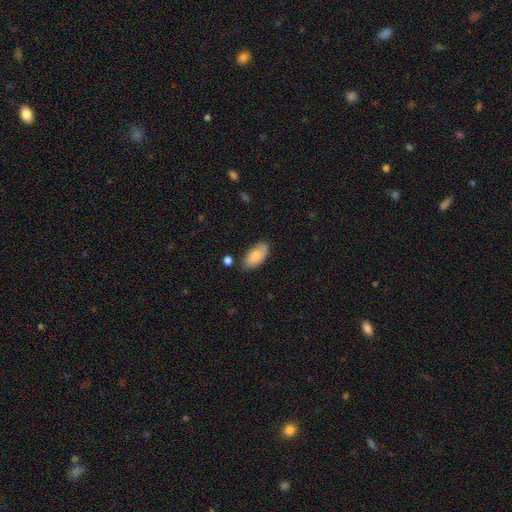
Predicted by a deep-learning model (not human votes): Smooth or featured? smooth (79%)
How rounded? in between (94%)
Merging? none (76%)